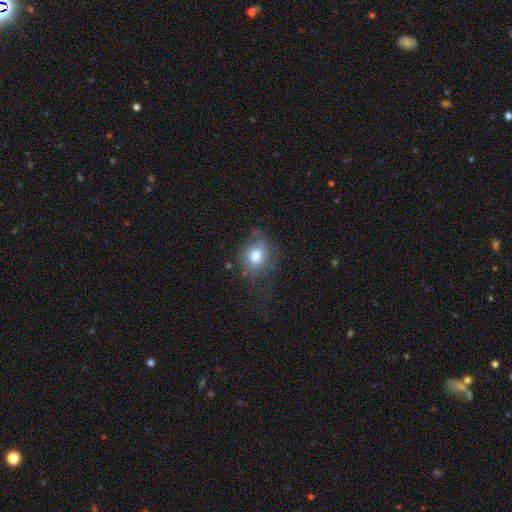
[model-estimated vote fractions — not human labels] Smooth or featured: smooth — 76% (featured or disk — 14%)
How rounded: round — 60% (in between — 39%)
Merging: none — 63% (minor disturbance — 23%)